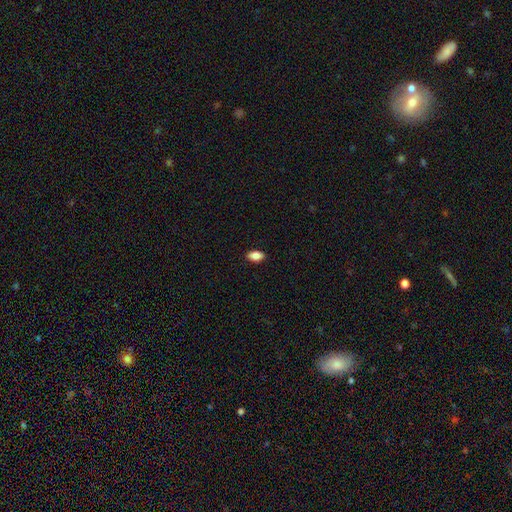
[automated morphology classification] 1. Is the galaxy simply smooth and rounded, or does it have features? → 86% smooth, 8% star or artifact, 6% featured or disk.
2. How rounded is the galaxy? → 91% in between, 5% round, 4% cigar-shaped.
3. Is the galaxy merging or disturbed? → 89% none, 8% minor disturbance, 2% major disturbance, 1% merger.